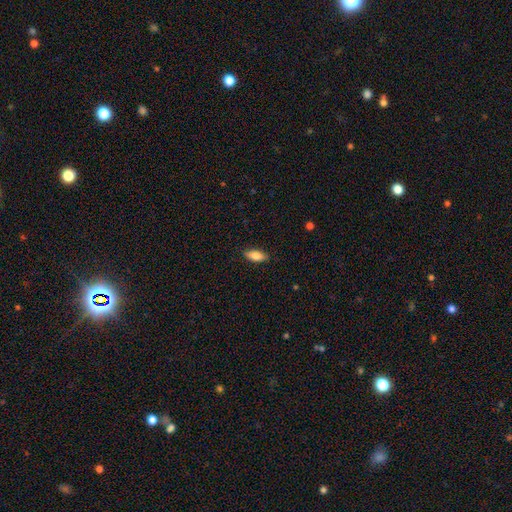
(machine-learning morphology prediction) smooth-or-featured: smooth: 76% | featured or disk: 17% | star or artifact: 6%
  how-rounded: in between: 77% | cigar-shaped: 21% | round: 2%
  merging: none: 87% | minor disturbance: 10% | major disturbance: 2% | merger: 1%